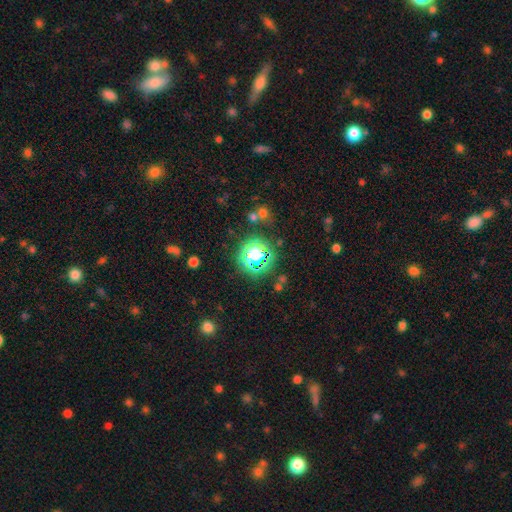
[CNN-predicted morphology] This appears to be a star or artifact, not a galaxy (56%).